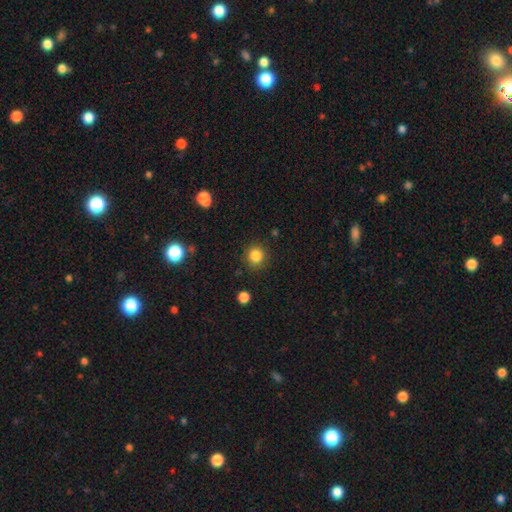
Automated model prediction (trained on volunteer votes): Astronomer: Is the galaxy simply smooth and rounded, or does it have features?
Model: smooth — 84%.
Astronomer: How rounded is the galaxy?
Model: round — 91%.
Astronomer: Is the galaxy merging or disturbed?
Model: none — 89%.